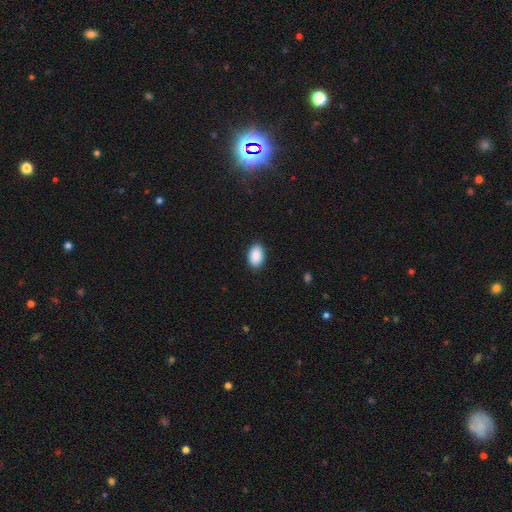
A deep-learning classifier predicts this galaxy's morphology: Overall: smooth (91%). How rounded: in between (90%). Merging: none (89%).